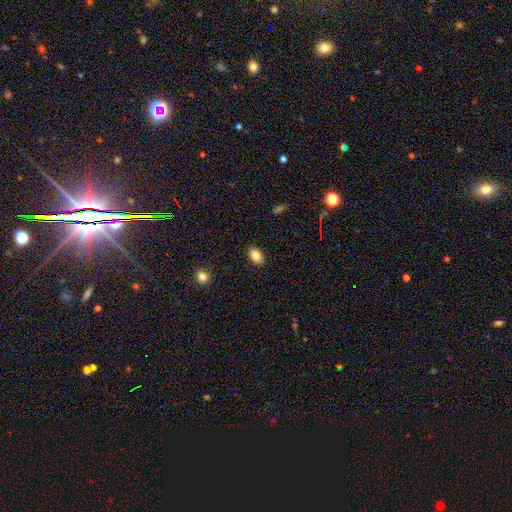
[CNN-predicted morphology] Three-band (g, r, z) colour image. It shows a smooth galaxy with no disk features (86%) that is in between round and cigar-shaped (86%). Merging: none (89%).